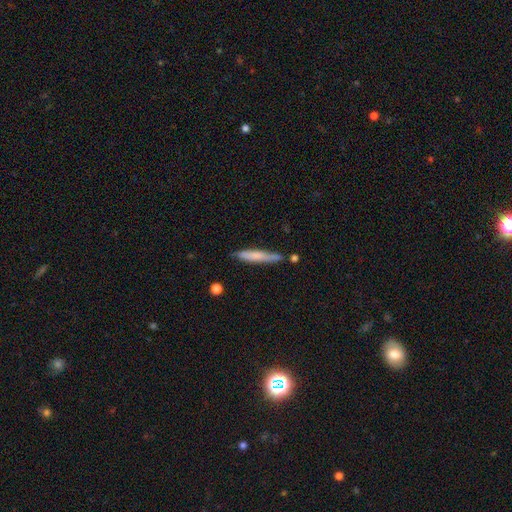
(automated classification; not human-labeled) This appears to be a smooth galaxy with no disk features (65%) that is cigar-shaped (93%). Merging: none (73%).